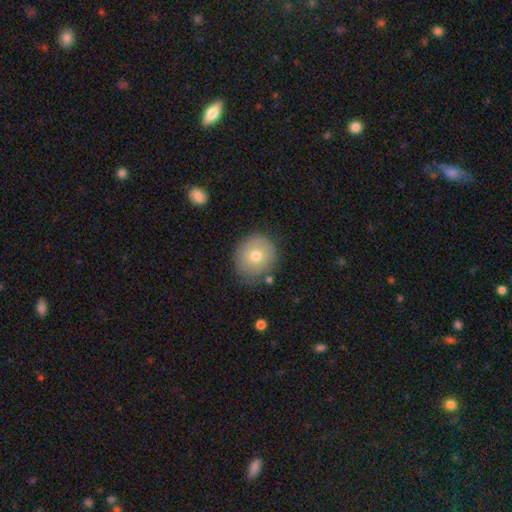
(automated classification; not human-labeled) Overall: smooth (72%). How rounded: round (85%). Merging: none (78%).